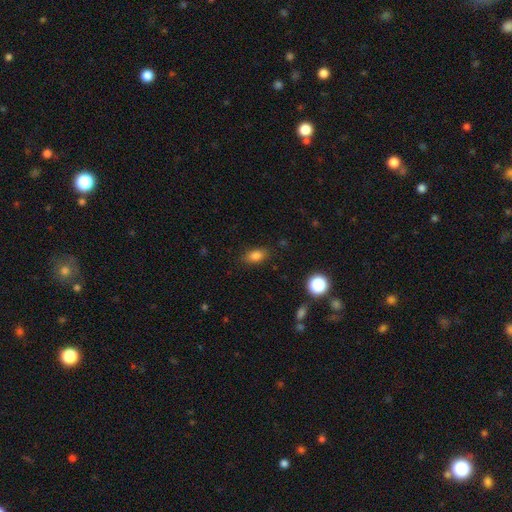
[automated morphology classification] This is clearly a smooth galaxy (82%). How rounded: clearly in between (84%). Merging: clearly none (85%).